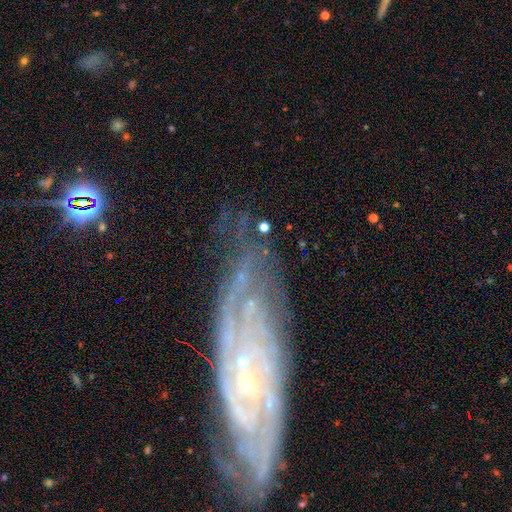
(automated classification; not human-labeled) smooth_or_featured: featured or disk (p=0.80) [alt: star or artifact p=0.11]
disk_edge_on: no (p=0.89) [alt: yes p=0.11]
bar: no (p=0.66) [alt: weak p=0.23]
has_spiral_arms: yes (p=0.95) [alt: no p=0.05]
spiral_winding: tight (p=0.71) [alt: medium p=0.23]
spiral_arm_count: can't tell (p=0.32) [alt: 2 p=0.23]
bulge_size: small (p=0.84) [alt: moderate p=0.11]
merging: none (p=0.68) [alt: minor disturbance p=0.19]